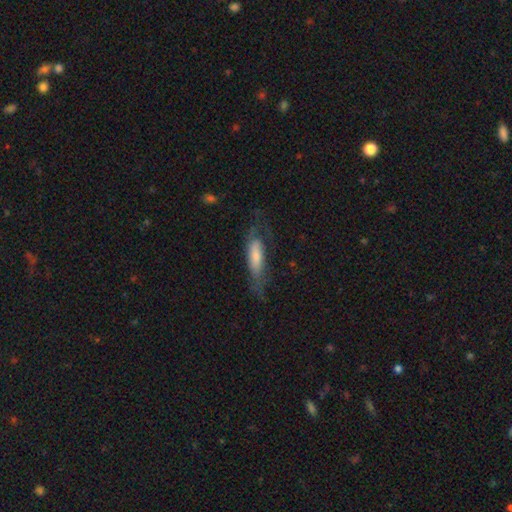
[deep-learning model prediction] Smooth or featured: smooth — 51% (featured or disk — 42%)
How rounded: cigar-shaped — 54% (in between — 44%)
Merging: none — 54% (minor disturbance — 24%)